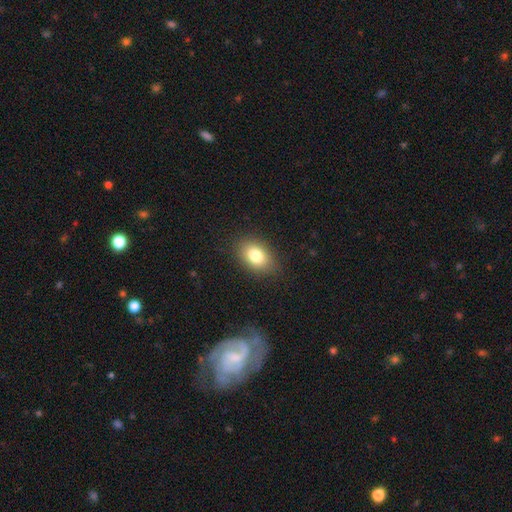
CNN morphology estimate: Smooth or featured?
  - smooth: 79% *
  - featured or disk: 11%
  - star or artifact: 10%
How rounded?
  - in between: 82% *
  - round: 16%
  - cigar-shaped: 1%
Merging?
  - none: 86% *
  - minor disturbance: 10%
  - major disturbance: 3%
  - merger: 1%